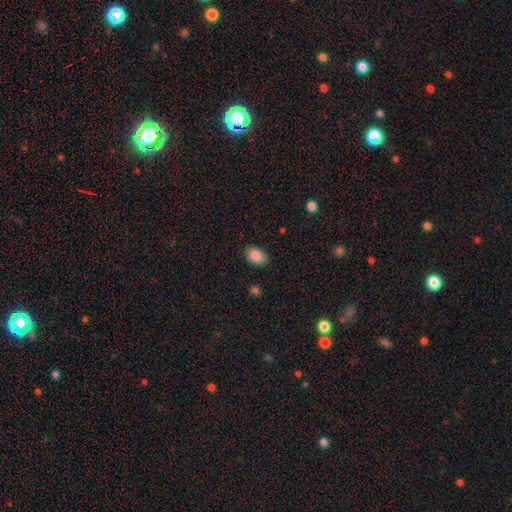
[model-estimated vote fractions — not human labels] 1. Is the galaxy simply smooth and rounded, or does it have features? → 88% smooth, 8% star or artifact, 4% featured or disk.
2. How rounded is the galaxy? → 84% in between, 15% round, 1% cigar-shaped.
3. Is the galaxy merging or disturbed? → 84% none, 12% minor disturbance, 3% major disturbance, 1% merger.